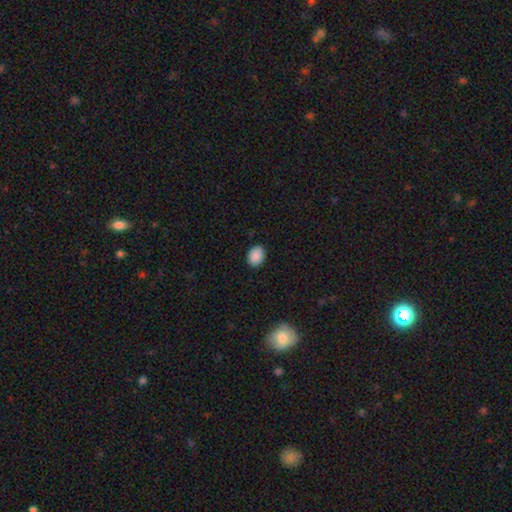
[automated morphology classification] Smooth or featured? Predicted: smooth (p=0.89). How rounded? Predicted: in between (p=0.68). Merging? Predicted: none (p=0.89).